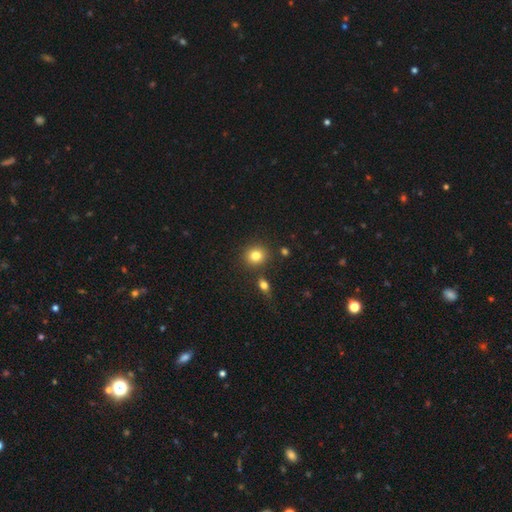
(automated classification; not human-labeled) Q: Smooth or featured?
A: smooth (82%); runner-up: star or artifact (11%)
Q: How rounded?
A: round (82%); runner-up: in between (17%)
Q: Merging?
A: none (83%); runner-up: minor disturbance (8%)